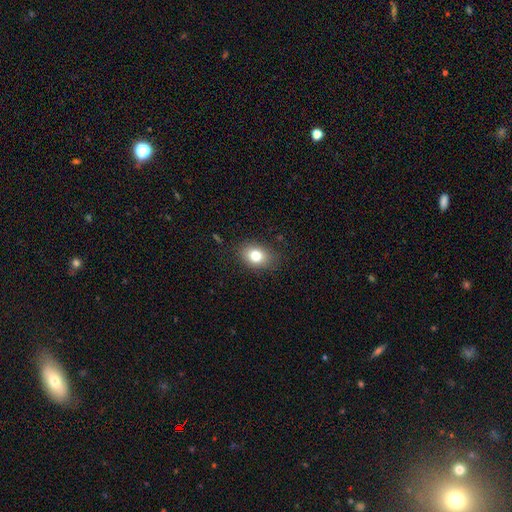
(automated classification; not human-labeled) This appears to be a smooth galaxy with no disk features (78%) that is in between round and cigar-shaped (65%). Merging: none (84%).